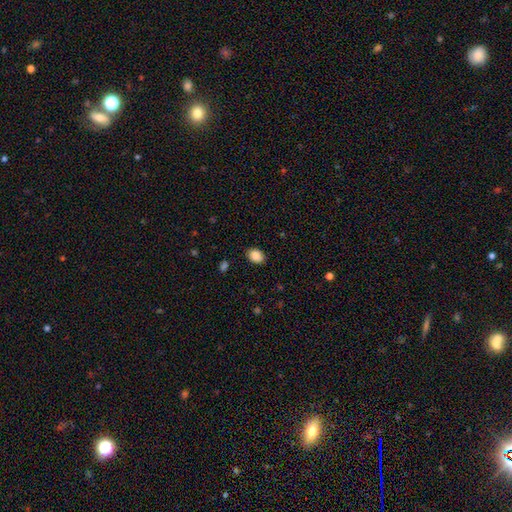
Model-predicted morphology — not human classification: This appears to be a smooth galaxy with no disk features (89%) that is in between round and cigar-shaped (74%). Merging: none (87%).